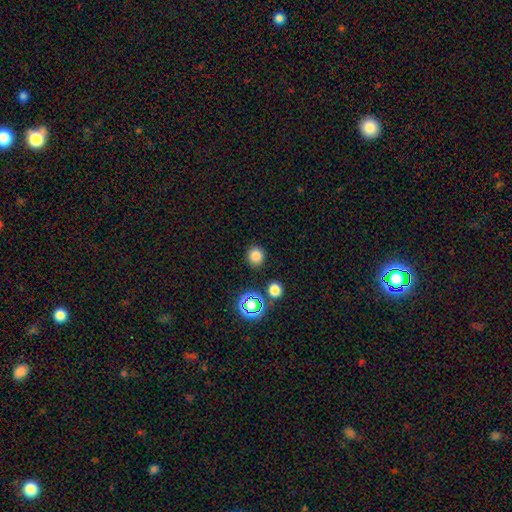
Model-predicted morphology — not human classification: Smooth or featured: smooth — 79% (star or artifact — 16%)
How rounded: round — 89% (in between — 10%)
Merging: none — 88% (minor disturbance — 7%)